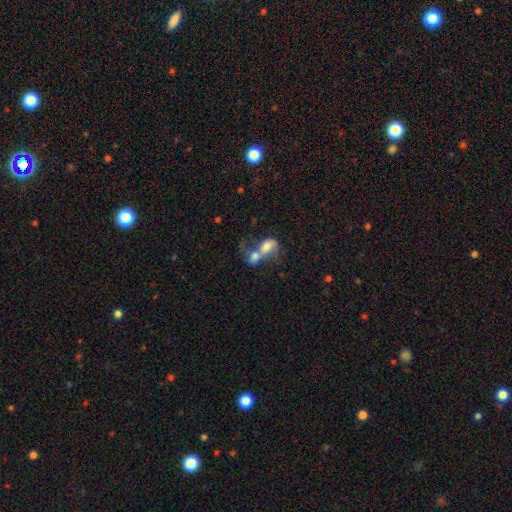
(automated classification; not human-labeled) Smooth or featured?
  - smooth: 57% *
  - featured or disk: 33%
  - star or artifact: 10%
How rounded?
  - in between: 69% *
  - round: 27%
  - cigar-shaped: 3%
Merging?
  - merger: 80% *
  - none: 8%
  - major disturbance: 7%
  - minor disturbance: 4%